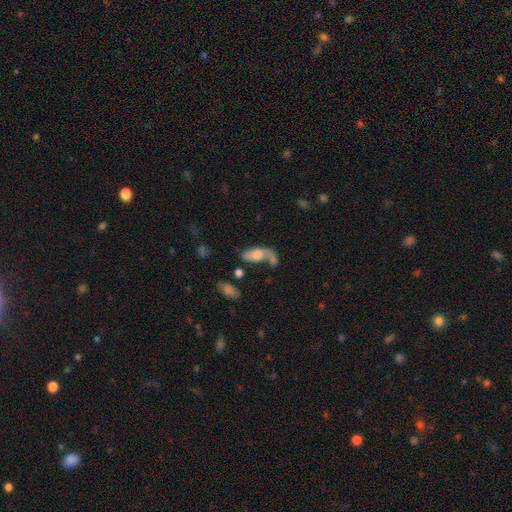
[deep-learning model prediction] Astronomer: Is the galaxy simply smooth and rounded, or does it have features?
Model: featured or disk — 48% (runner-up: smooth, 40%).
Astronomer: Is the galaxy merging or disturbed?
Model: none — 32% (runner-up: major disturbance, 28%).